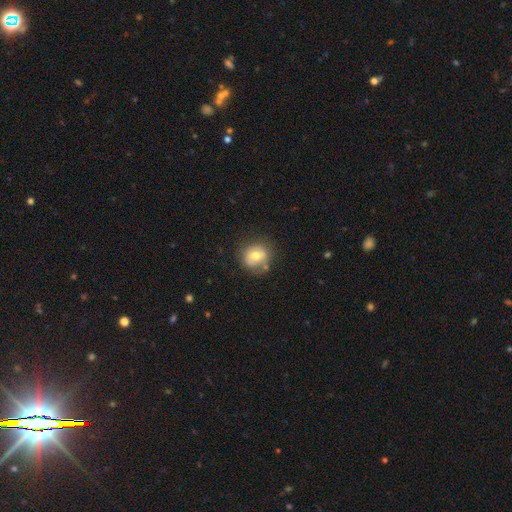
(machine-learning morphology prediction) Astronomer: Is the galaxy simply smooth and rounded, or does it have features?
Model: smooth — 59%.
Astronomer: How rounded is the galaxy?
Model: round — 81%.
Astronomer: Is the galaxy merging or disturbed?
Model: none — 71%.